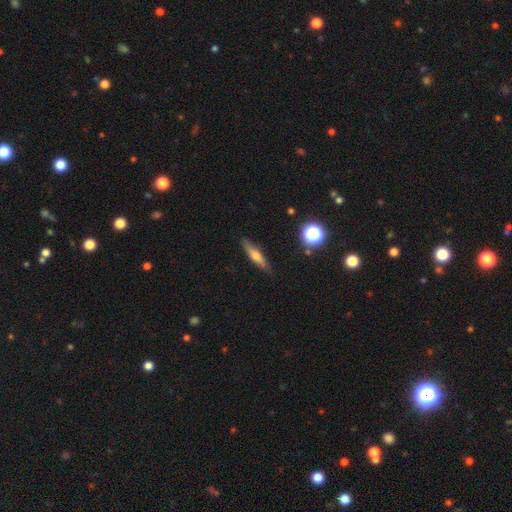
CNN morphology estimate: Smooth or featured: smooth — 48% (featured or disk — 43%)
Merging: none — 85% (minor disturbance — 11%)